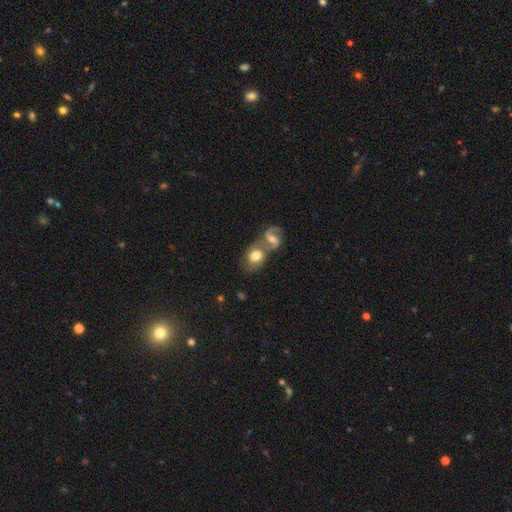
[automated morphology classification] Overall: smooth (51%; featured or disk 42%). How rounded: in between (65%; round 33%). Merging: merger (50%; none 34%).